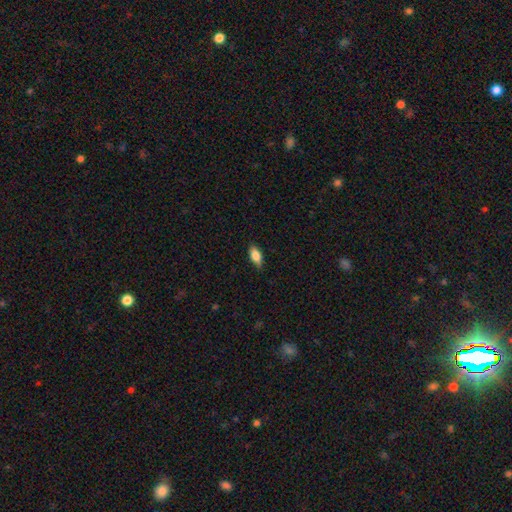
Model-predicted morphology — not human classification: Overall: smooth (80%). How rounded: in between (86%). Merging: none (83%).